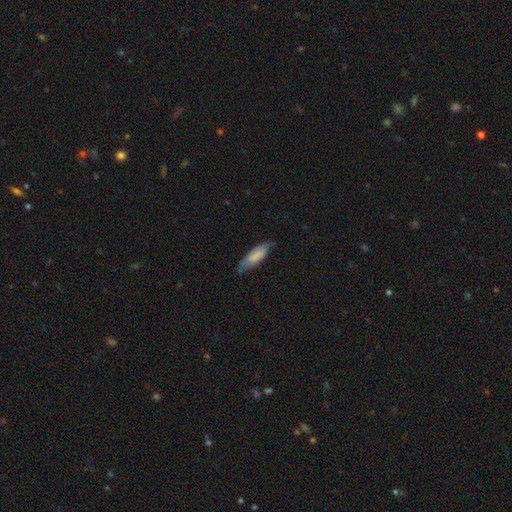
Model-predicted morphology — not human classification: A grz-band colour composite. It shows a smooth galaxy with no disk features (74%) that is in between round and cigar-shaped (56%). Merging: none (68%).